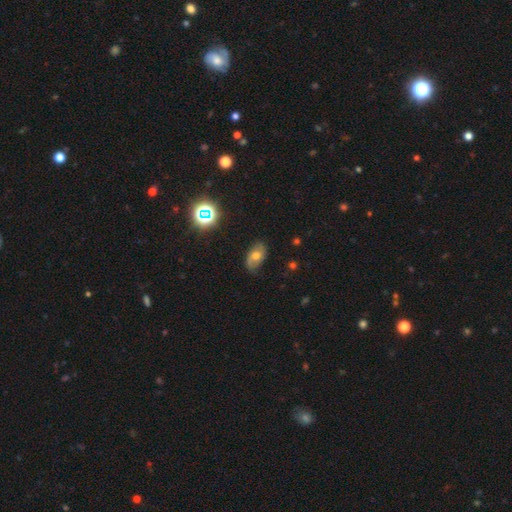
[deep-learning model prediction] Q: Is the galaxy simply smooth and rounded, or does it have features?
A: featured or disk — 46%.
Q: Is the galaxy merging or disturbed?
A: none — 73%.